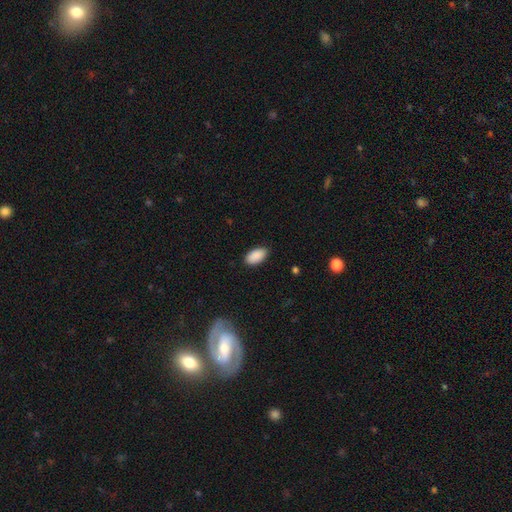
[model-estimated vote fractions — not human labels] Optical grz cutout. It shows a smooth galaxy with no disk features (90%) that is in between round and cigar-shaped (95%). Merging: none (85%).